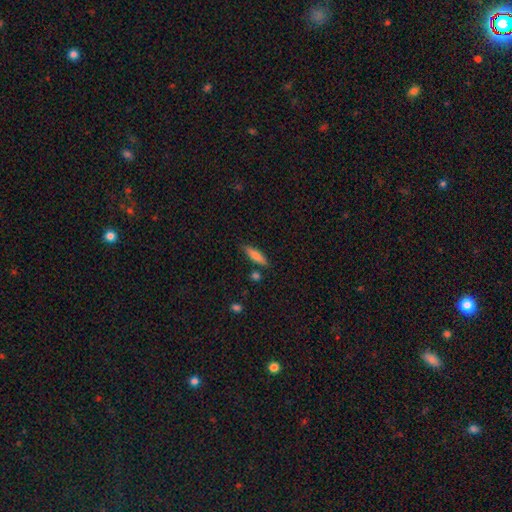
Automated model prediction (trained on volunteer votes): Smooth or featured? smooth (73%)
How rounded? cigar-shaped (70%)
Merging? none (82%)